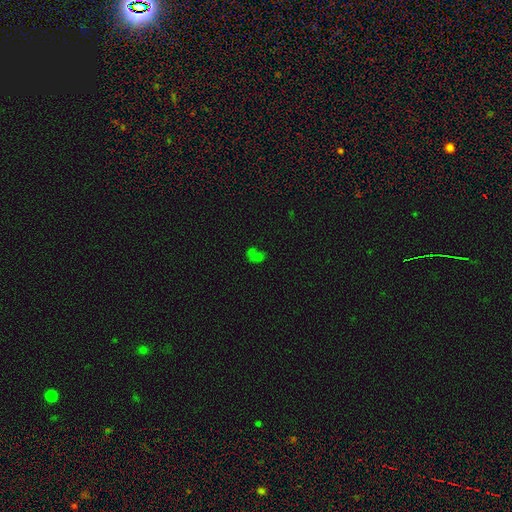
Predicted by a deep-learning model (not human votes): Smooth or featured: smooth — 51% (star or artifact — 32%)
How rounded: round — 49% (in between — 48%)
Merging: merger — 53% (none — 29%)